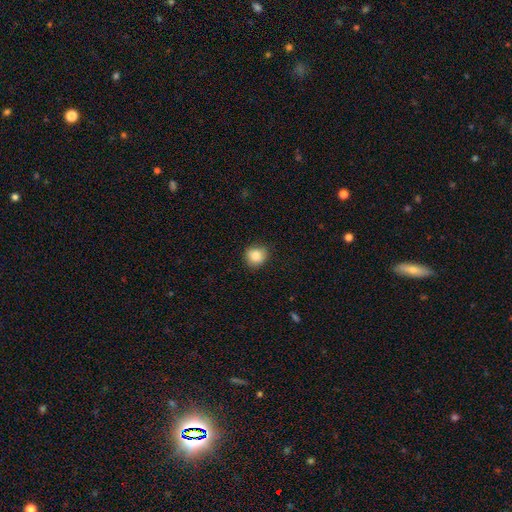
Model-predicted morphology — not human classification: Smooth or featured: smooth — 86% (star or artifact — 9%)
How rounded: round — 85% (in between — 14%)
Merging: none — 83% (minor disturbance — 13%)